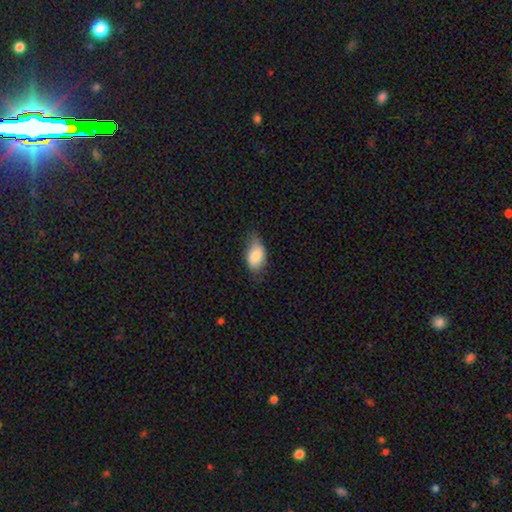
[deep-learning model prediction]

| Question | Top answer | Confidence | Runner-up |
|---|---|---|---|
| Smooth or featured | smooth | 82% | featured or disk (11%) |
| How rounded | in between | 91% | round (8%) |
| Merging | none | 52% | minor disturbance (38%) |